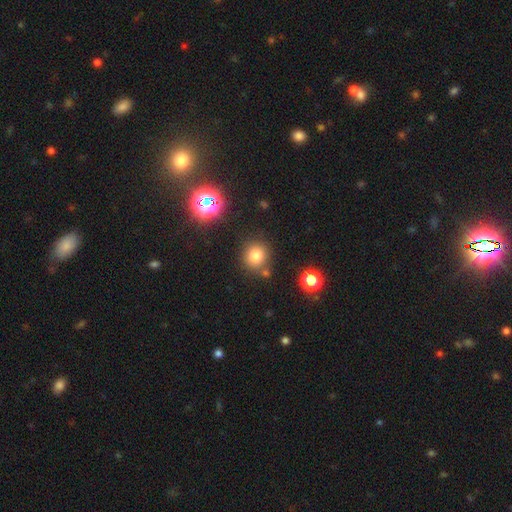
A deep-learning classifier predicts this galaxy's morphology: This is likely a smooth galaxy (78%). How rounded: clearly round (87%). Merging: likely none (76%).